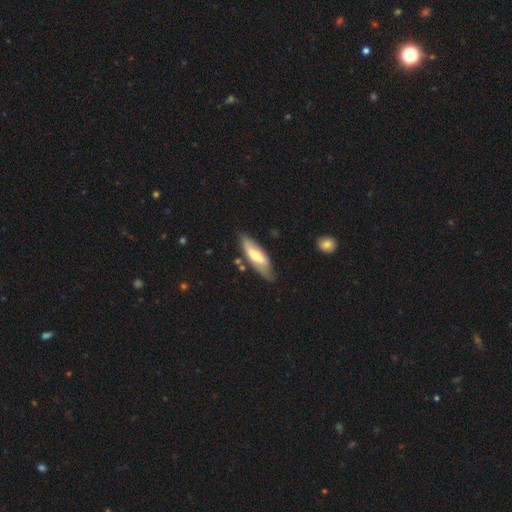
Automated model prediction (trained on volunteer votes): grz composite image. It shows a smooth galaxy with no disk features (53%) that is in between round and cigar-shaped (60%). Merging: none (69%).